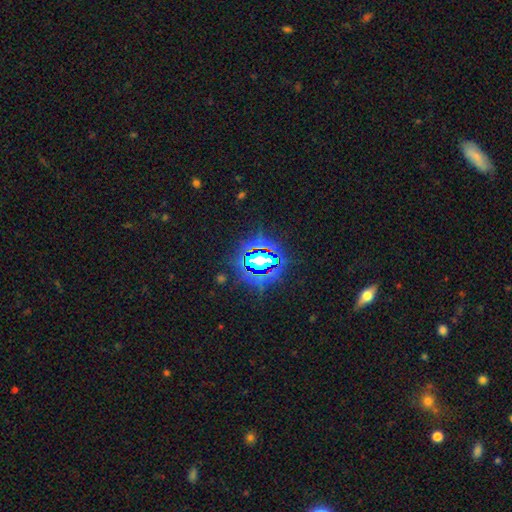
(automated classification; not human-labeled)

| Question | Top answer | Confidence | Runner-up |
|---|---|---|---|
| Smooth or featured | star or artifact | 69% | smooth (19%) |